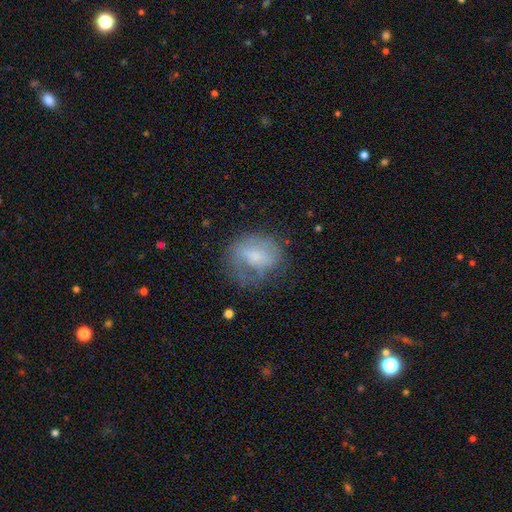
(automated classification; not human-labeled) Smooth or featured?
  - smooth: 52% *
  - featured or disk: 39%
  - star or artifact: 9%
How rounded?
  - round: 53% *
  - in between: 45%
  - cigar-shaped: 1%
Merging?
  - none: 47% *
  - minor disturbance: 27%
  - major disturbance: 24%
  - merger: 2%